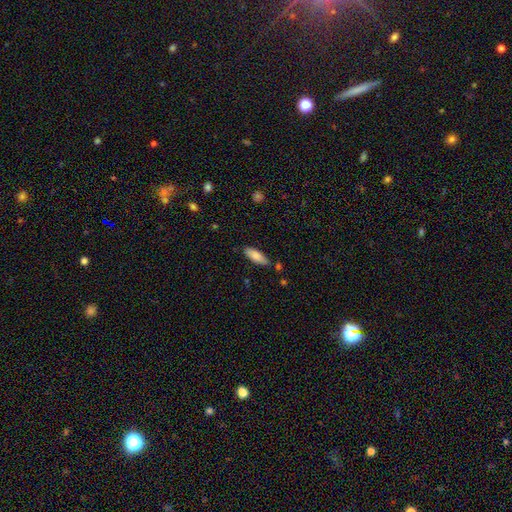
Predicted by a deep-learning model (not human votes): This is likely a smooth galaxy (80%). How rounded: likely in between (66%). Merging: likely none (79%).